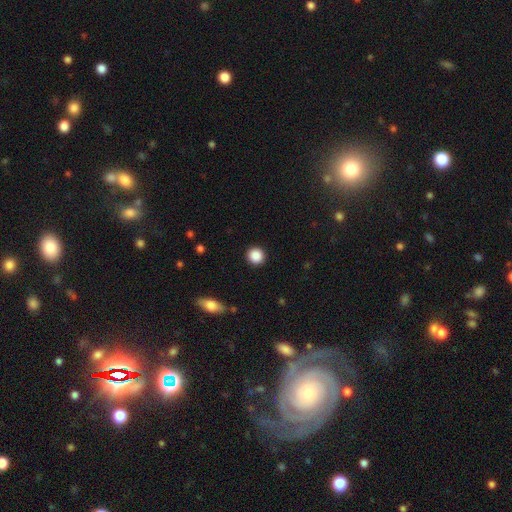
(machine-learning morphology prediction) smooth-or-featured: smooth: 88% | star or artifact: 9% | featured or disk: 3%
  how-rounded: round: 93% | in between: 6% | cigar-shaped: 1%
  merging: none: 92% | minor disturbance: 5% | major disturbance: 2% | merger: 1%